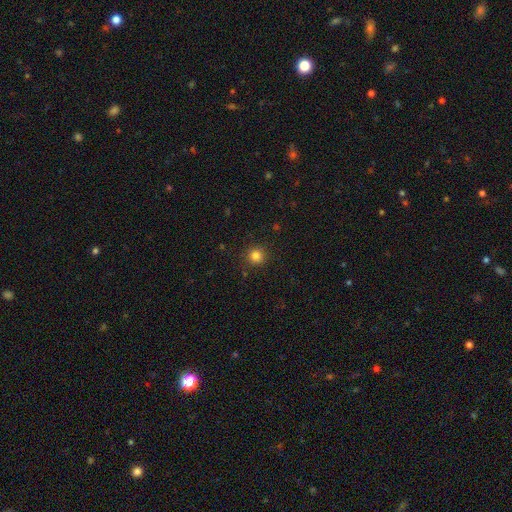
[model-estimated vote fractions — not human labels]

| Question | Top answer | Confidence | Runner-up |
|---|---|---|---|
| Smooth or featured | smooth | 82% | star or artifact (13%) |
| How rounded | round | 94% | in between (5%) |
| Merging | none | 90% | minor disturbance (6%) |